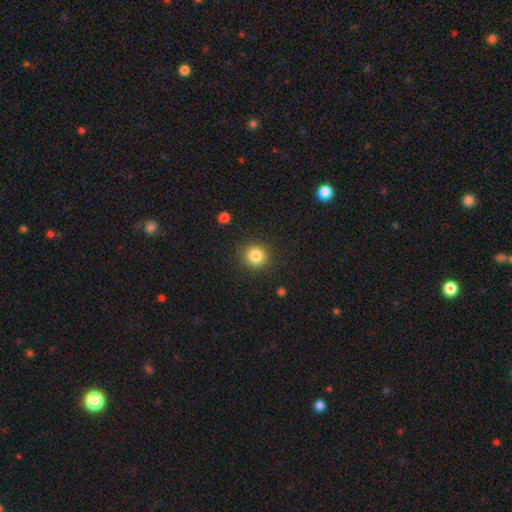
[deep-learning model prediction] Smooth or featured? smooth (84%)
How rounded? round (91%)
Merging? none (89%)